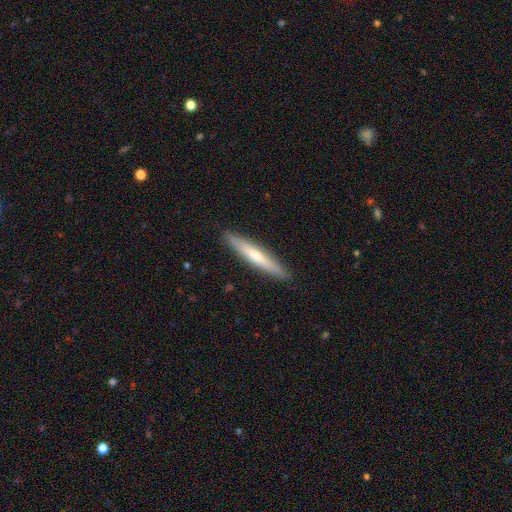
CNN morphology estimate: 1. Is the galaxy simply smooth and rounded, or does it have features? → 58% smooth, 37% featured or disk, 5% star or artifact.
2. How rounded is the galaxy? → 94% cigar-shaped, 5% in between, 1% round.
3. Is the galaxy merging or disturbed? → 91% none, 7% minor disturbance, 1% major disturbance, 1% merger.